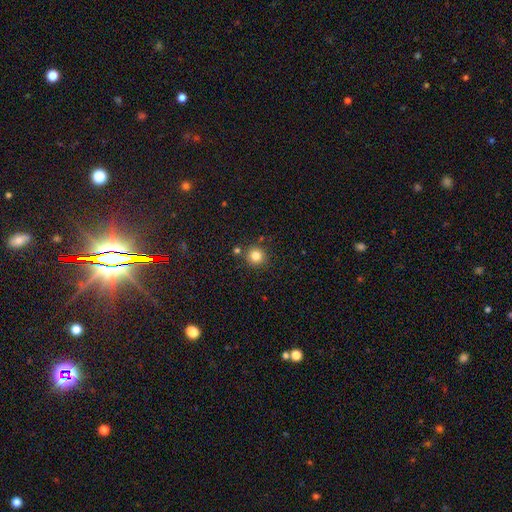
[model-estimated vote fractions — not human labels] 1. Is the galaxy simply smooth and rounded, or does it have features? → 83% smooth, 12% star or artifact, 5% featured or disk.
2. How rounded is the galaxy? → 94% round, 5% in between, 1% cigar-shaped.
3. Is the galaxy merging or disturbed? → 84% none, 8% minor disturbance, 6% merger, 2% major disturbance.